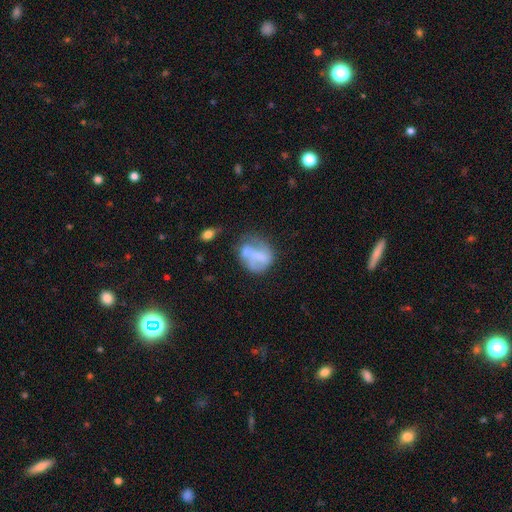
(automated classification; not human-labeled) This appears to be a smooth galaxy with no disk features (50%) that is round (53%). Merging: none (38%).